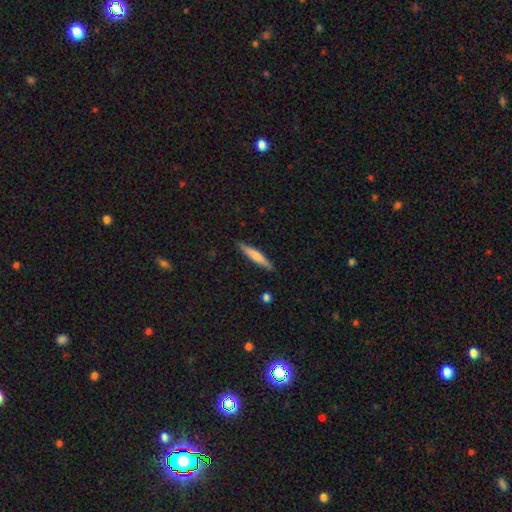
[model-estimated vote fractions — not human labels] smooth 61%, featured or disk 34%, star or artifact 5%. Down the decision tree: how rounded — cigar-shaped (92%); merging — none (88%).